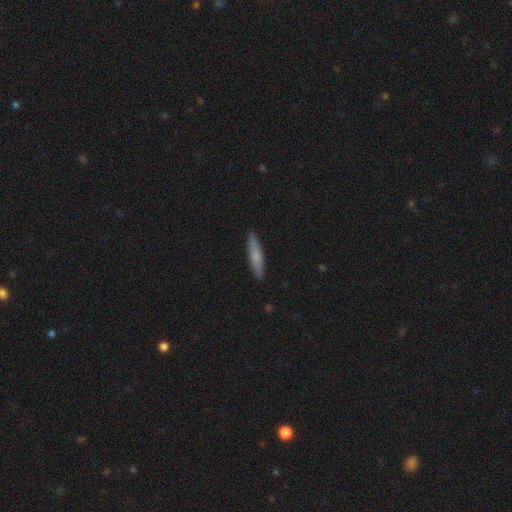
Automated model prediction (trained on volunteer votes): A smooth galaxy with no disk features (73%) that is cigar-shaped (88%).

Vote fractions:
- Smooth or featured? smooth: 73% / featured or disk: 22% / star or artifact: 6%
- How rounded? cigar-shaped: 88% / in between: 11% / round: 1%
- Merging? none: 90% / minor disturbance: 7% / major disturbance: 1% / merger: 1%